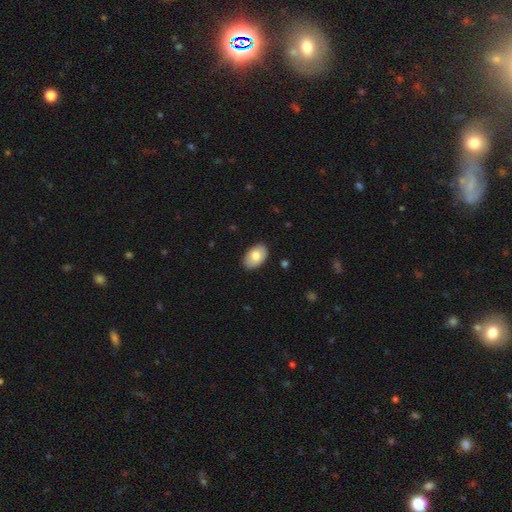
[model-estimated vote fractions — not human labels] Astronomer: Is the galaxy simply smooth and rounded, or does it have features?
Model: smooth — 75%.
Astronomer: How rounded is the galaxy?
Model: in between — 91%.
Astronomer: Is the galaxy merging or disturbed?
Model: none — 87%.